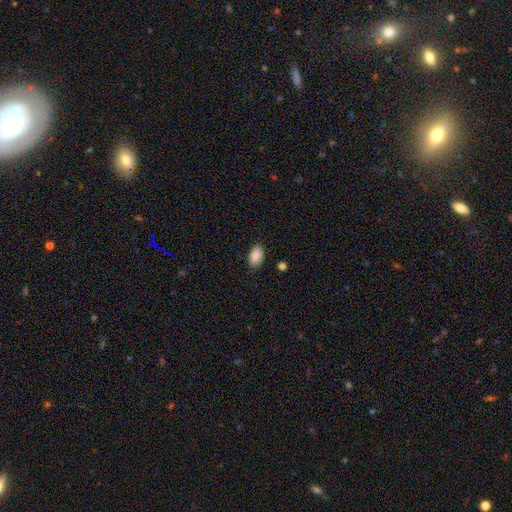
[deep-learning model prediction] A smooth galaxy with no disk features (89%) that is in between round and cigar-shaped (92%).

Vote fractions:
- Smooth or featured? smooth: 89% / star or artifact: 7% / featured or disk: 4%
- How rounded? in between: 92% / round: 6% / cigar-shaped: 2%
- Merging? none: 81% / minor disturbance: 15% / major disturbance: 3% / merger: 2%